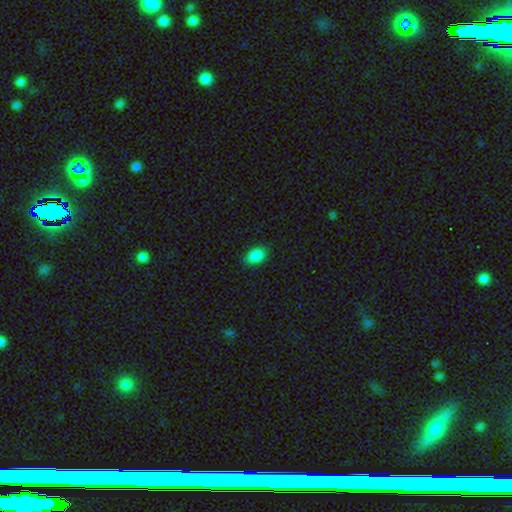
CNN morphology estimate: Smooth or featured: smooth — 88% (star or artifact — 9%)
How rounded: in between — 87% (round — 12%)
Merging: none — 87% (minor disturbance — 10%)